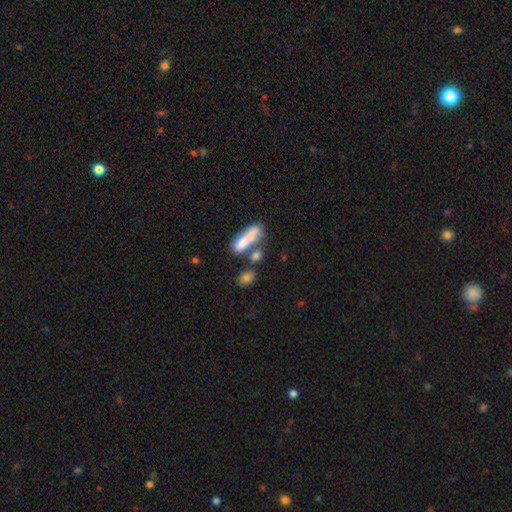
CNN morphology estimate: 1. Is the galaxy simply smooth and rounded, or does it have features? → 70% smooth, 20% featured or disk, 11% star or artifact.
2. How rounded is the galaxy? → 47% in between, 42% cigar-shaped, 11% round.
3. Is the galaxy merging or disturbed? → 40% none, 34% merger, 15% minor disturbance, 11% major disturbance.